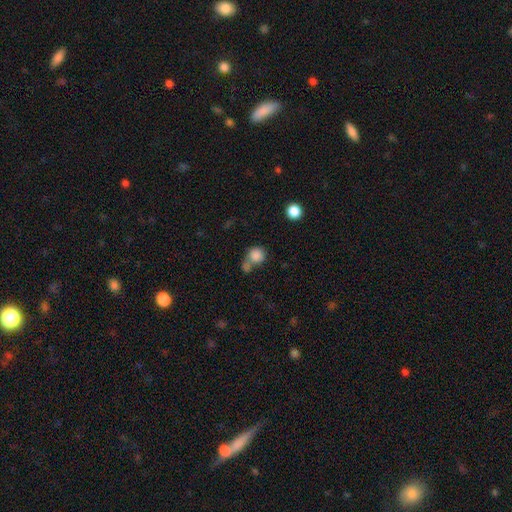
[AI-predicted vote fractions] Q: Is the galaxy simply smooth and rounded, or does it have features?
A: smooth — 83%.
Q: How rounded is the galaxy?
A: round — 83%.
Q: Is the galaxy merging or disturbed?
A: merger — 44%.